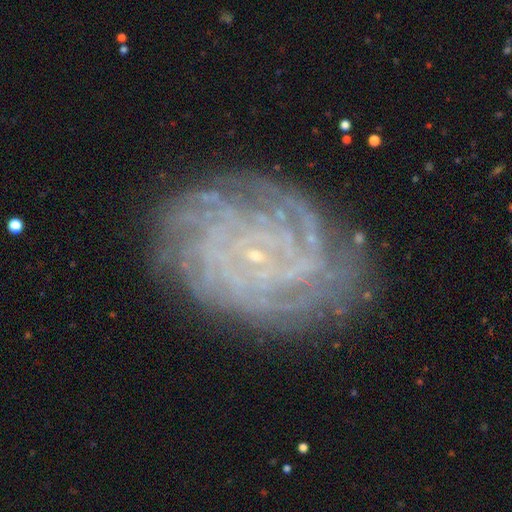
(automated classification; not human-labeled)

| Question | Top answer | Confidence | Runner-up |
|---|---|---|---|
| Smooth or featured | featured or disk | 83% | star or artifact (9%) |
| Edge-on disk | no | 97% | yes (3%) |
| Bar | no | 74% | weak (19%) |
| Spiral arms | yes | 97% | no (3%) |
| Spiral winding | tight | 82% | medium (14%) |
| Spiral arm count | more than 4 | 36% | can't tell (21%) |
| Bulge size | small | 89% | moderate (5%) |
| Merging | none | 82% | minor disturbance (12%) |